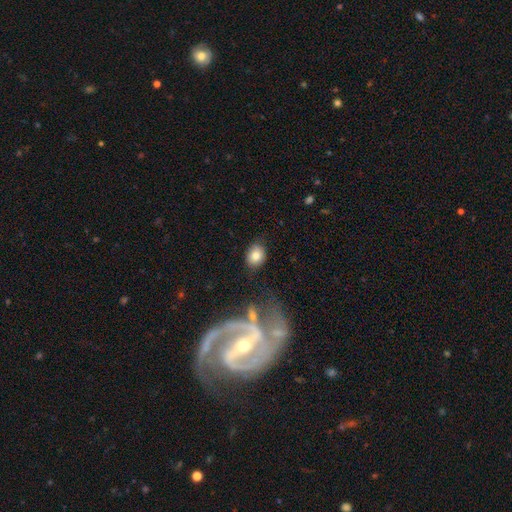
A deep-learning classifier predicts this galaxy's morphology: smooth_or_featured: smooth (p=0.79) [alt: featured or disk p=0.12]
how_rounded: round (p=0.52) [alt: in between p=0.47]
merging: none (p=0.79) [alt: minor disturbance p=0.13]